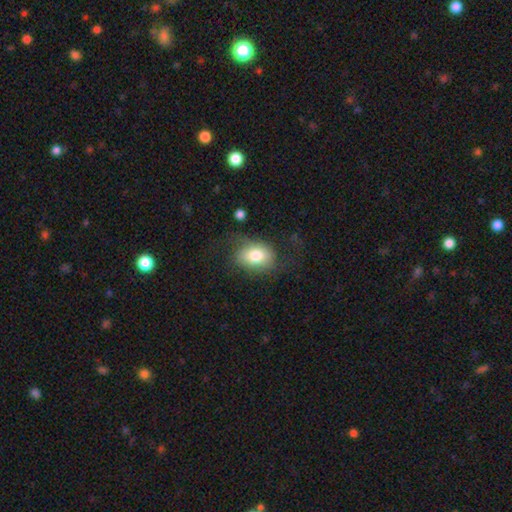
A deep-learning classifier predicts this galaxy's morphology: Smooth or featured: smooth — 76% (featured or disk — 16%)
How rounded: in between — 71% (round — 27%)
Merging: none — 55% (minor disturbance — 24%)